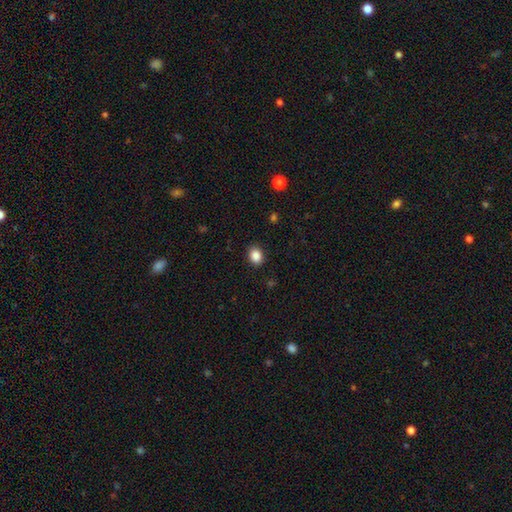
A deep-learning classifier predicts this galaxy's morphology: The model was most divided on "how rounded": round: 51%, in between: 48%, cigar-shaped: 1%. More confident: merging — none (88%); smooth or featured — smooth (87%).